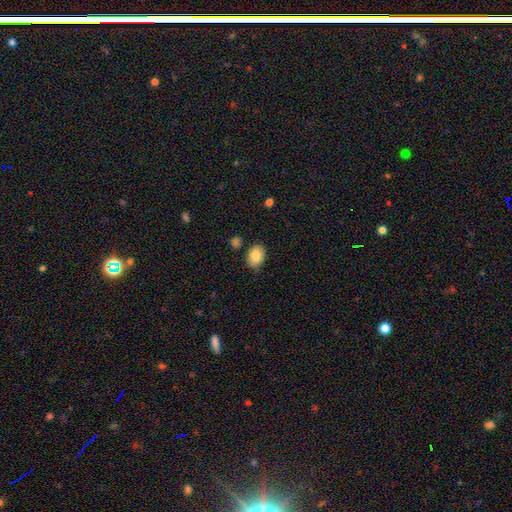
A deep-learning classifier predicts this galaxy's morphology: The model was most divided on "how rounded": in between: 80%, round: 19%, cigar-shaped: 1%. More confident: smooth or featured — smooth (87%); merging — none (81%).